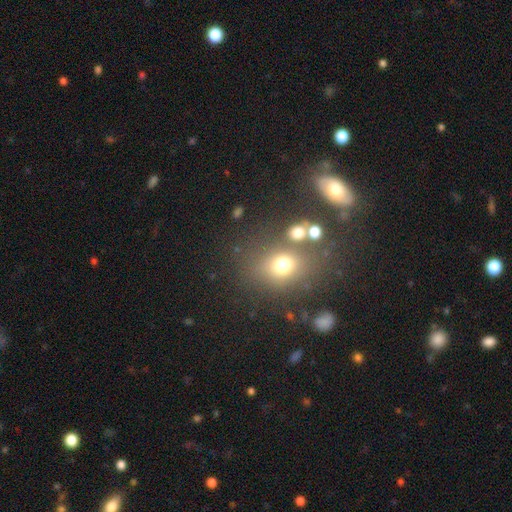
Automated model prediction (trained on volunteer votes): smooth_or_featured: smooth (p=0.53) [alt: star or artifact p=0.31]
how_rounded: round (p=0.57) [alt: in between p=0.40]
merging: none (p=0.57) [alt: merger p=0.27]